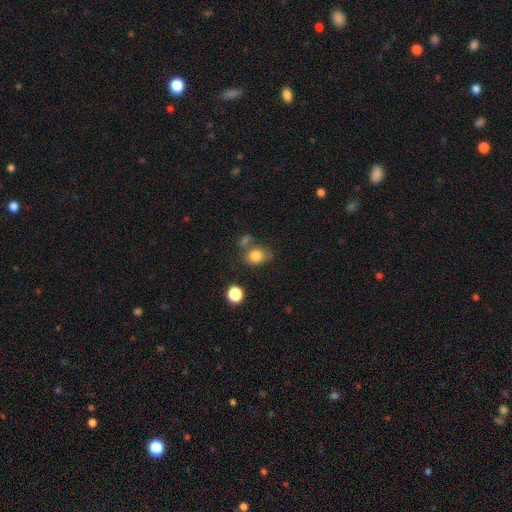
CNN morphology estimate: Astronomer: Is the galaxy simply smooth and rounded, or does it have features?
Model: smooth — 81%.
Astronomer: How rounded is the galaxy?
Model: round — 50% (runner-up: in between, 49%).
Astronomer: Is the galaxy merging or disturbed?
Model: none — 58%.